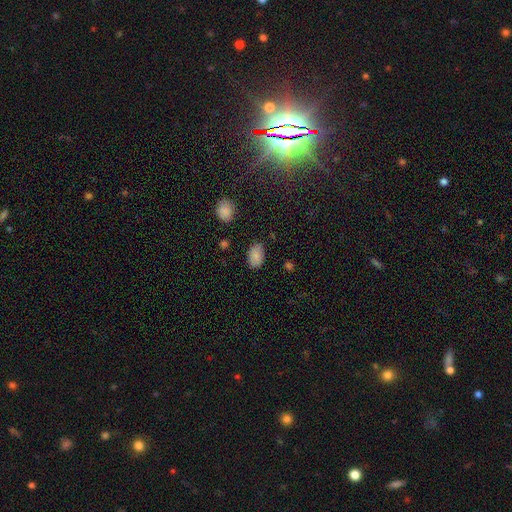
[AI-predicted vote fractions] Smooth or featured? smooth (83%)
How rounded? in between (88%)
Merging? none (75%)